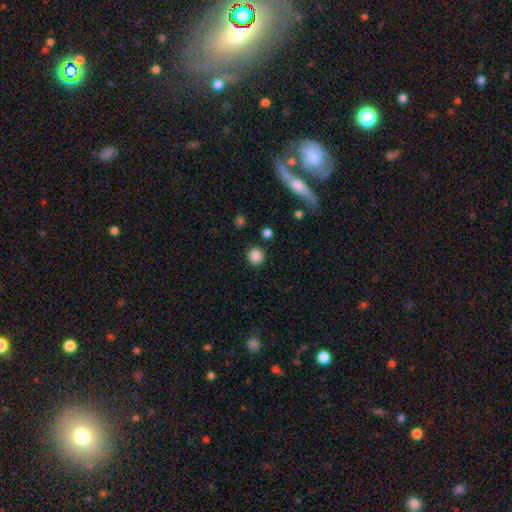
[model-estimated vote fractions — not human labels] smooth 86%, star or artifact 10%, featured or disk 4%. Down the decision tree: how rounded — round (92%); merging — none (88%).